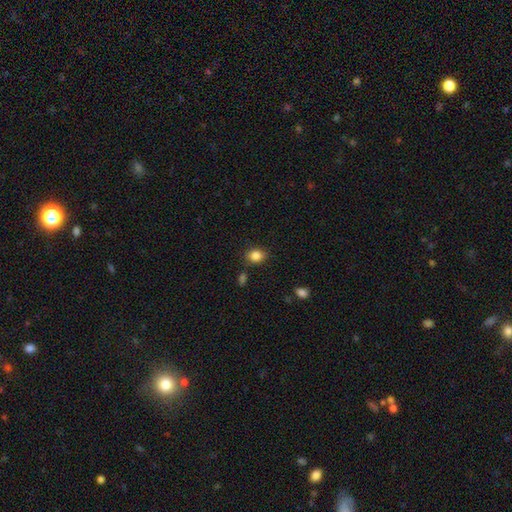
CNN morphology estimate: A smooth galaxy with no disk features (85%) that is in between round and cigar-shaped (52%). Merging: none (81%).